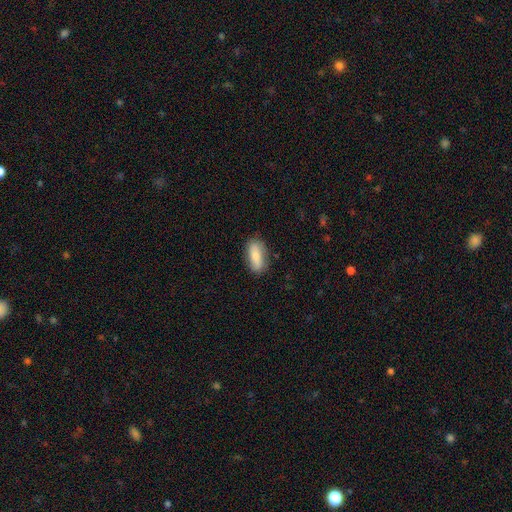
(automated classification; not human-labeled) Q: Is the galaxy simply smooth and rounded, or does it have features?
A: smooth — 78%.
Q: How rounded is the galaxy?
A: in between — 80%.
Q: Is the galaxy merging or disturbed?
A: none — 82%.